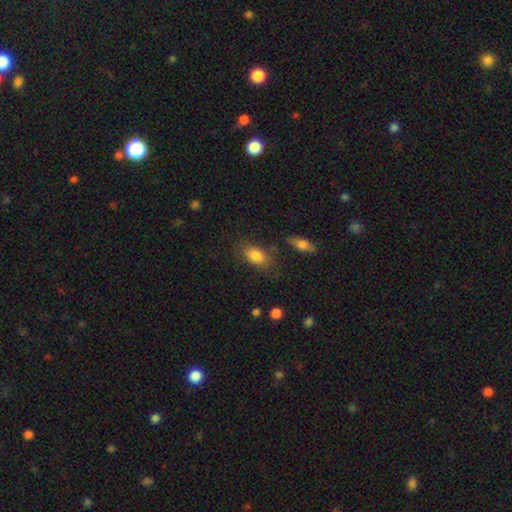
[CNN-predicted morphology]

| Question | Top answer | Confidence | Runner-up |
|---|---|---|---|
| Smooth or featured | smooth | 84% | featured or disk (9%) |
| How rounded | in between | 85% | round (12%) |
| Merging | none | 72% | minor disturbance (17%) |